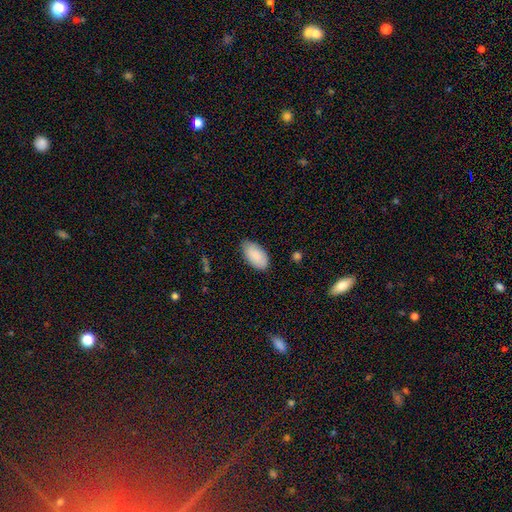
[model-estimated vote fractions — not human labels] Overall: smooth (89%). How rounded: in between (96%). Merging: none (74%).